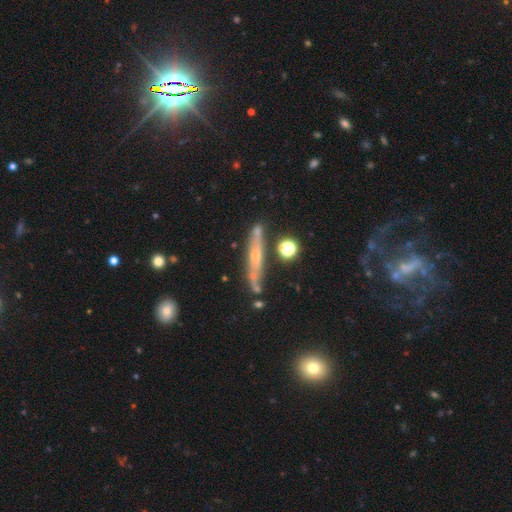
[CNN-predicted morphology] The model was most divided on "edge-on bulge": rounded: 62%, none: 31%, boxy: 7%. More confident: edge-on disk — yes (84%); merging — none (72%); smooth or featured — featured or disk (61%).